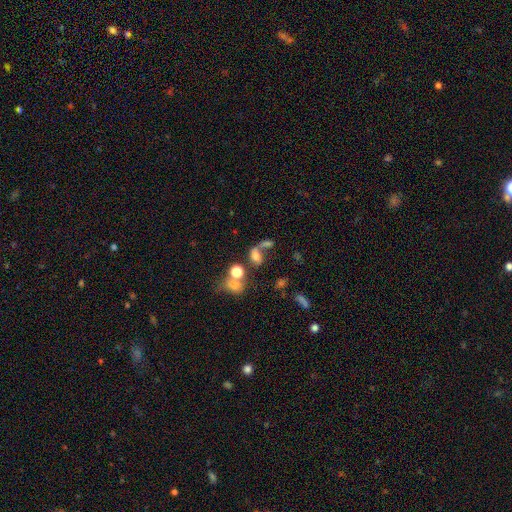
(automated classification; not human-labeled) Q: Smooth or featured?
A: smooth (59%); runner-up: featured or disk (21%)
Q: How rounded?
A: in between (62%); runner-up: round (33%)
Q: Merging?
A: merger (44%); runner-up: none (28%)